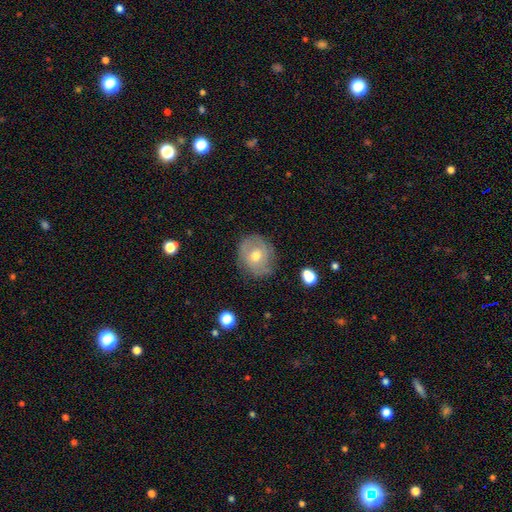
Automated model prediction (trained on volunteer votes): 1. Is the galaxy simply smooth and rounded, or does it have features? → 46% featured or disk, 45% smooth, 9% star or artifact.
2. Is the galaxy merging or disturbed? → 73% none, 20% minor disturbance, 6% major disturbance, 2% merger.